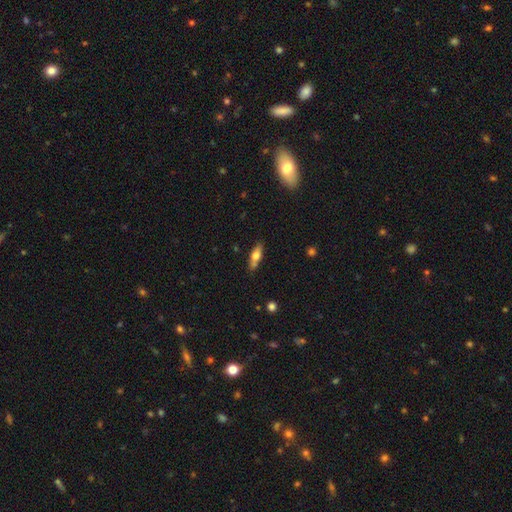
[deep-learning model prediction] The model was most divided on "how rounded": in between: 56%, cigar-shaped: 41%, round: 3%. More confident: merging — none (74%); smooth or featured — smooth (59%).